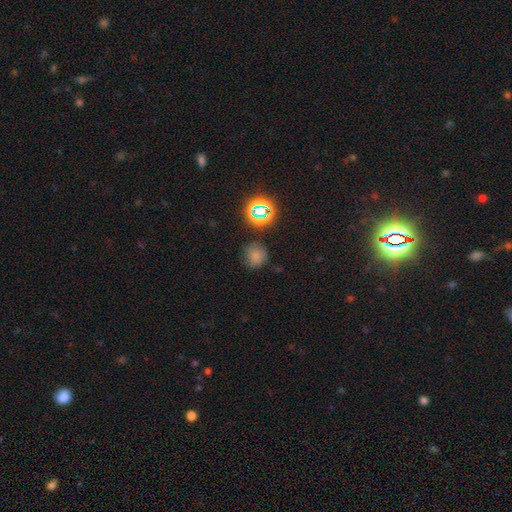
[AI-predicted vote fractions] A smooth galaxy with no disk features (70%) that is round (89%).

Vote fractions:
- Smooth or featured? smooth: 70% / star or artifact: 23% / featured or disk: 7%
- How rounded? round: 89% / in between: 10% / cigar-shaped: 1%
- Merging? none: 76% / minor disturbance: 16% / major disturbance: 5% / merger: 3%